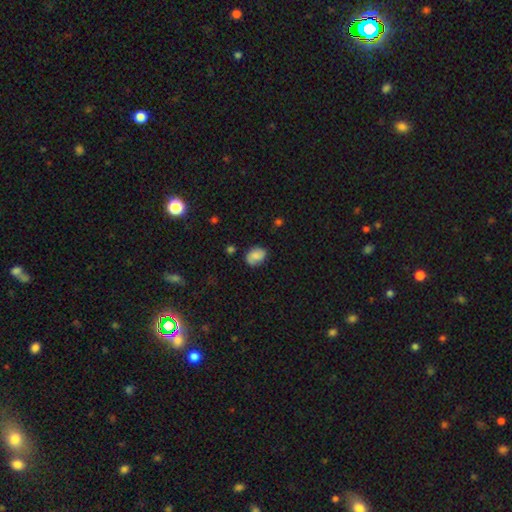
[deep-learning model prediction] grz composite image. It shows a smooth galaxy with no disk features (68%) that is in between round and cigar-shaped (69%). Merging: none (71%).